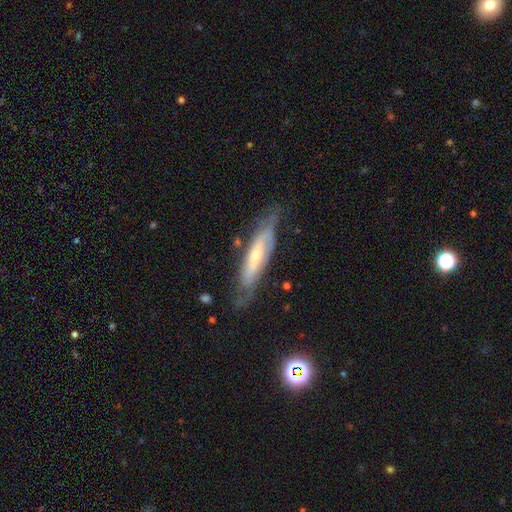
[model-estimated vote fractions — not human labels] Overall: featured or disk (74%). Edge-on disk: no (62%; yes 38%). Merging: none (67%).